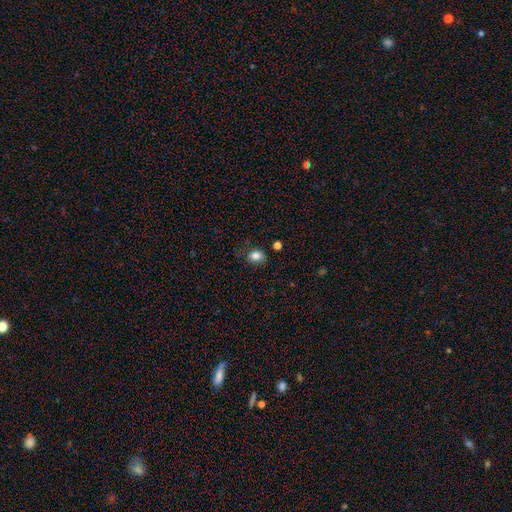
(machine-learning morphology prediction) Smooth or featured?
  - smooth: 83% *
  - star or artifact: 11%
  - featured or disk: 6%
How rounded?
  - in between: 52% *
  - round: 47%
  - cigar-shaped: 1%
Merging?
  - none: 75% *
  - minor disturbance: 18%
  - major disturbance: 5%
  - merger: 2%